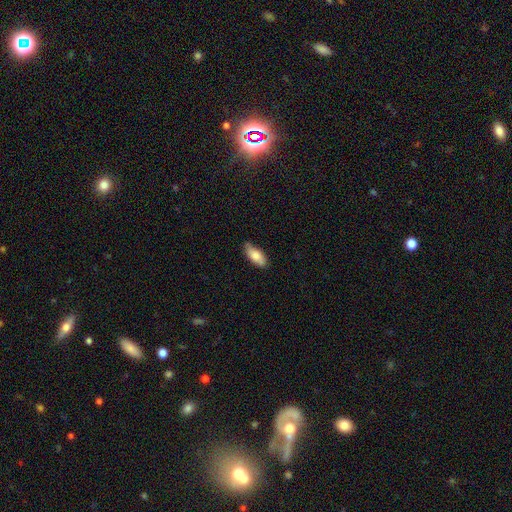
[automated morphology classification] The model was most divided on "merging": none: 78%, minor disturbance: 18%, major disturbance: 2%, merger: 1%. More confident: how rounded — in between (81%); smooth or featured — smooth (78%).